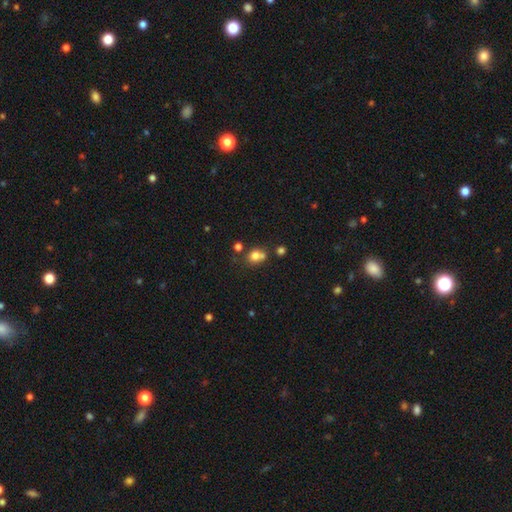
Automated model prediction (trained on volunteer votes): A smooth galaxy with no disk features (75%) that is round (65%). Merging: none (44%).